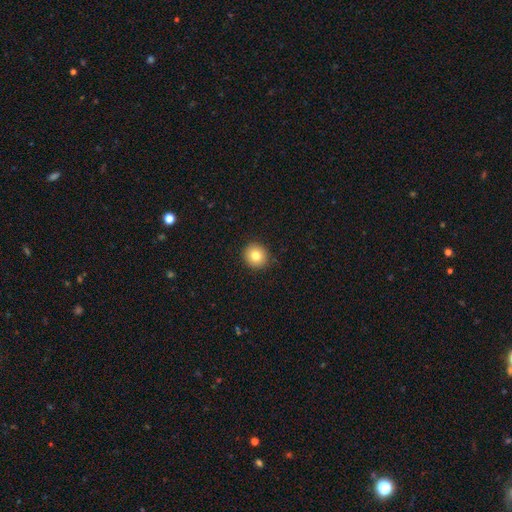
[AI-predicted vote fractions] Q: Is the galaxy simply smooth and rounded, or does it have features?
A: smooth — 81%.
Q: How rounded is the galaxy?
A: round — 92%.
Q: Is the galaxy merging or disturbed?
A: none — 91%.